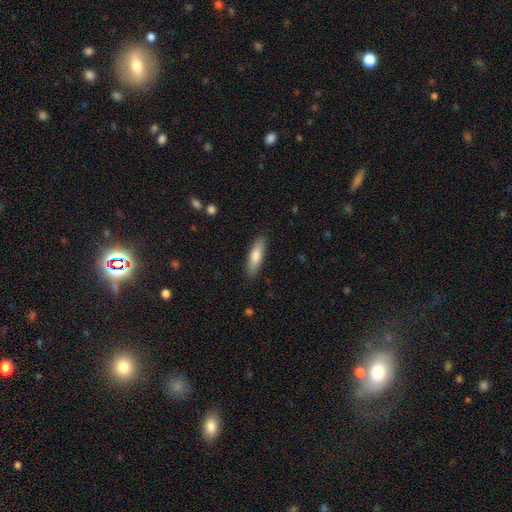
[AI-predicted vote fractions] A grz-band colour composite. It shows a smooth galaxy with no disk features (74%) that is cigar-shaped (67%). Merging: none (89%).